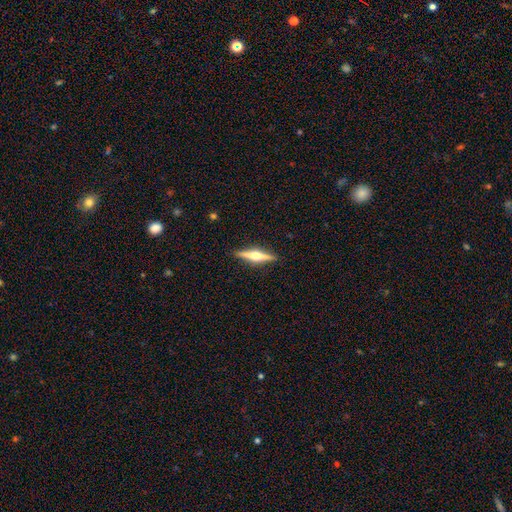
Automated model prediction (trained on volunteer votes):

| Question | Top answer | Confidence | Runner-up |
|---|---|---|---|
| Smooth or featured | featured or disk | 73% | smooth (21%) |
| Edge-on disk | yes | 98% | no (2%) |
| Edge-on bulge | rounded | 95% | boxy (3%) |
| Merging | none | 91% | minor disturbance (7%) |